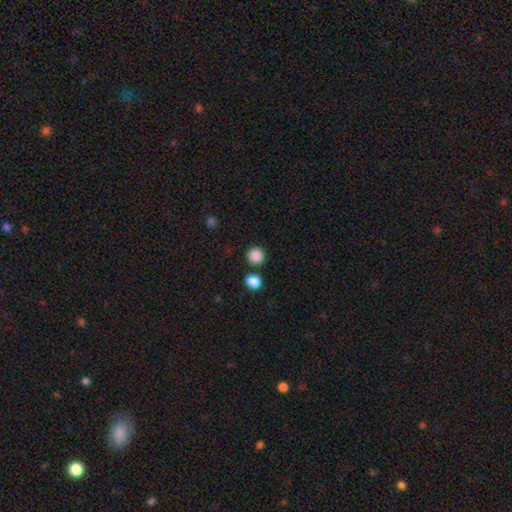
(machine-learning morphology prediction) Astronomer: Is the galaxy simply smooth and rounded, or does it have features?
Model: smooth — 87%.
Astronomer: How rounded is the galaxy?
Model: round — 94%.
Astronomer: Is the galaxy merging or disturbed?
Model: none — 87%.